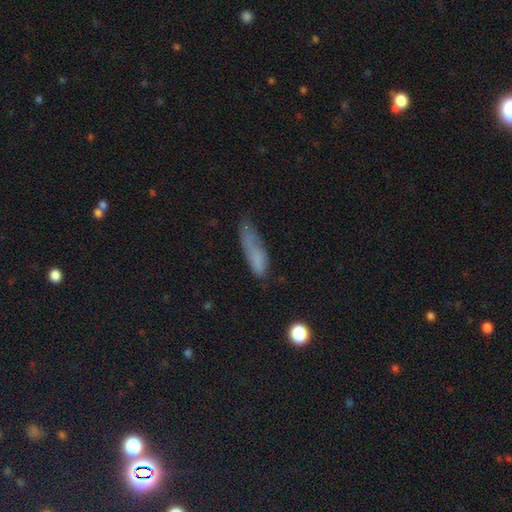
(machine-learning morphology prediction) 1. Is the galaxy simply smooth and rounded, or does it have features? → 71% smooth, 18% featured or disk, 11% star or artifact.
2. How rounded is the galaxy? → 63% cigar-shaped, 34% in between, 3% round.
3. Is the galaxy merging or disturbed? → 46% none, 33% minor disturbance, 18% major disturbance, 3% merger.